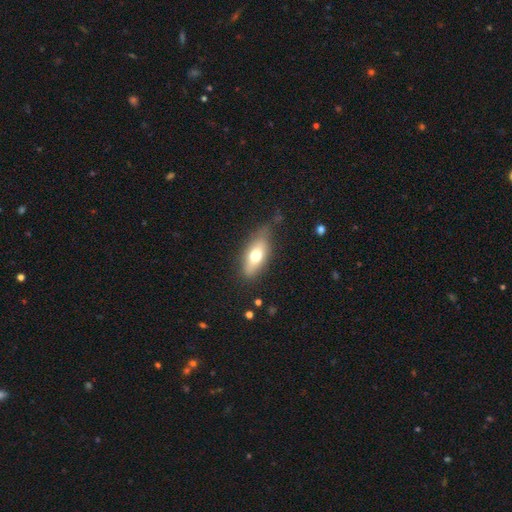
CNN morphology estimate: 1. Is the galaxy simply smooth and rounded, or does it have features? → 65% smooth, 29% featured or disk, 7% star or artifact.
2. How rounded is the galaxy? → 75% in between, 21% cigar-shaped, 4% round.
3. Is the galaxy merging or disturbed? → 68% none, 24% minor disturbance, 6% major disturbance, 2% merger.